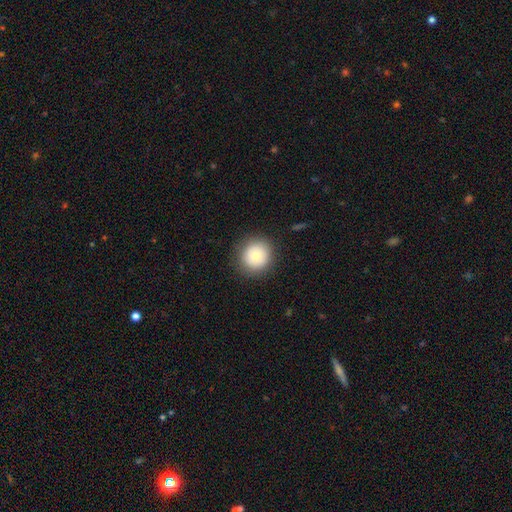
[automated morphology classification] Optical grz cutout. It shows a smooth galaxy with no disk features (78%) that is round (93%). Merging: none (88%).